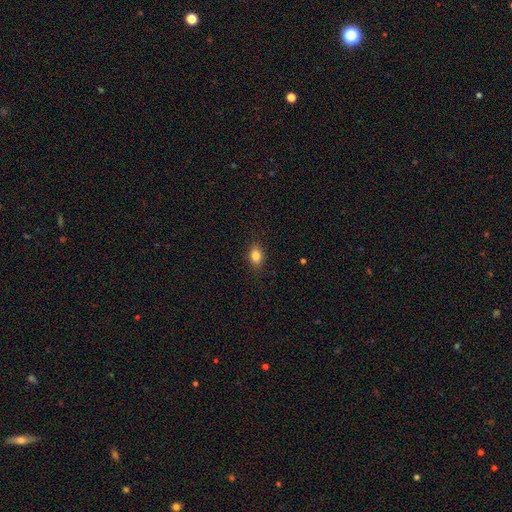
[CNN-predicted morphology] A smooth galaxy with no disk features (83%) that is in between round and cigar-shaped (75%). Merging: none (87%).